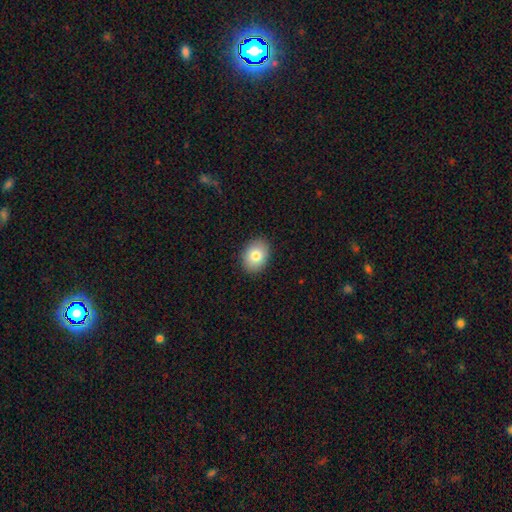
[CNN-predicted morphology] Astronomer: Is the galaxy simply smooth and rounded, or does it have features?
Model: smooth — 81%.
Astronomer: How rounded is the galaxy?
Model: in between — 69%.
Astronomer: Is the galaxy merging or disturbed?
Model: none — 90%.